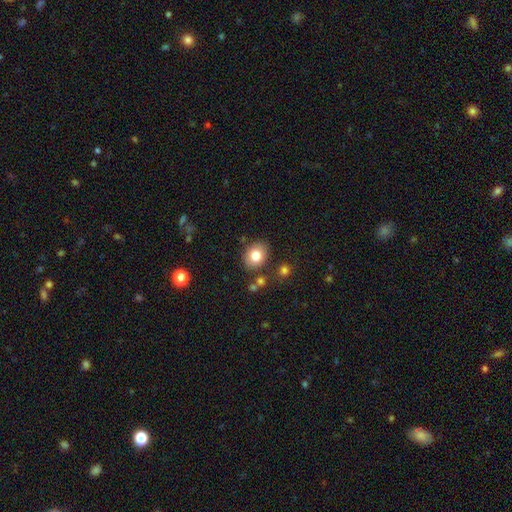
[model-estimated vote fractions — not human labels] Smooth or featured? Predicted: smooth (p=0.81). How rounded? Predicted: in between (p=0.50). Merging? Predicted: none (p=0.81).